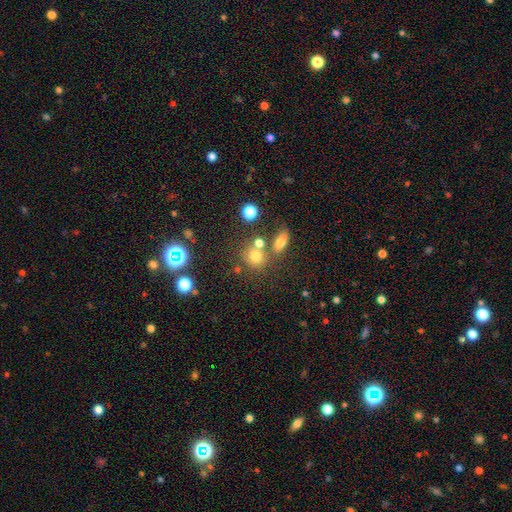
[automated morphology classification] Smooth or featured? Predicted: smooth (p=0.70). How rounded? Predicted: round (p=0.79). Merging? Predicted: none (p=0.60).